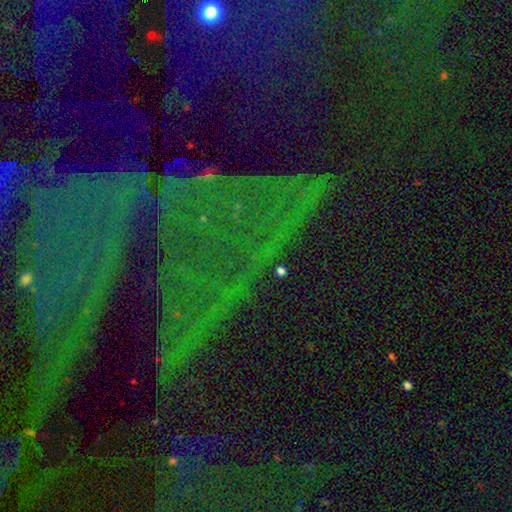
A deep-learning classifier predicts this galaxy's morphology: Q: Smooth or featured?
A: star or artifact (81%); runner-up: featured or disk (10%)